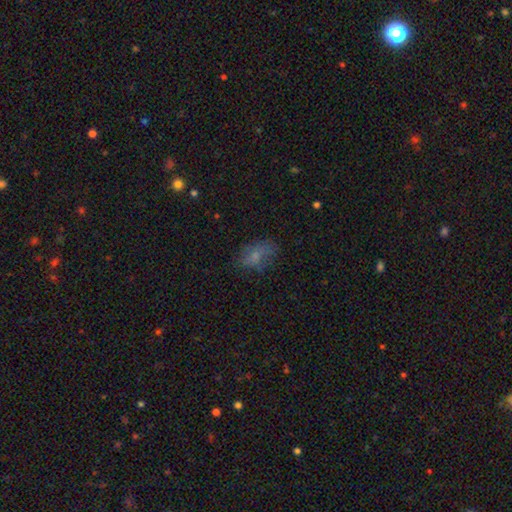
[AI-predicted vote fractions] smooth_or_featured: smooth (p=0.66) [alt: featured or disk p=0.20]
how_rounded: in between (p=0.86) [alt: round p=0.10]
merging: none (p=0.57) [alt: minor disturbance p=0.26]